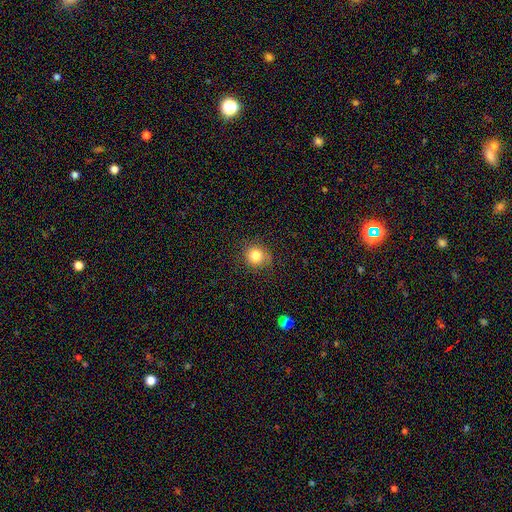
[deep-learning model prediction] A smooth galaxy with no disk features (82%) that is round (88%). Merging: none (84%).